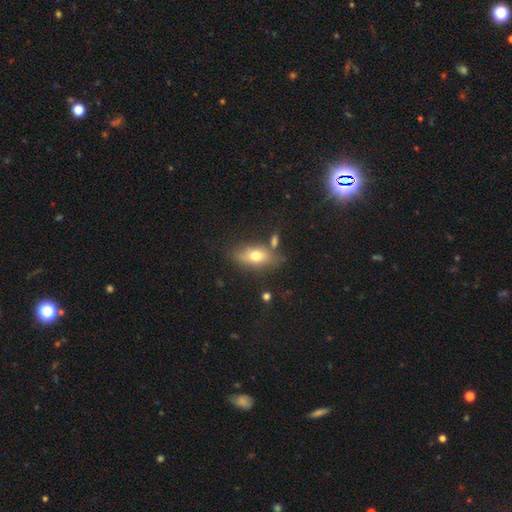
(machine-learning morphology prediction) smooth_or_featured: smooth (p=0.70) [alt: featured or disk p=0.21]
how_rounded: in between (p=0.83) [alt: cigar-shaped p=0.09]
merging: none (p=0.70) [alt: minor disturbance p=0.16]